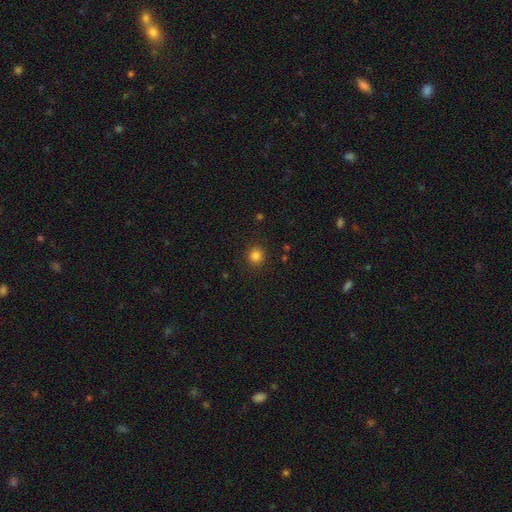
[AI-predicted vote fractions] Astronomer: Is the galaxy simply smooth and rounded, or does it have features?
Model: smooth — 83%.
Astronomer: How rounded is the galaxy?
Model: round — 89%.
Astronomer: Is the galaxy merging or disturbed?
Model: none — 90%.